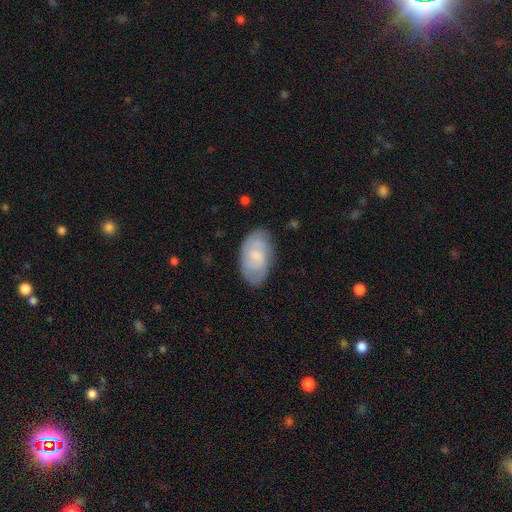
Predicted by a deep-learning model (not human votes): The model was most divided on "bulge size": small: 39%, moderate: 31%, none: 23%, large: 6%, dominant: 1%. More confident: edge-on disk — no (96%); spiral arms — yes (88%); merging — none (78%); smooth or featured — featured or disk (56%); bar — no (55%).